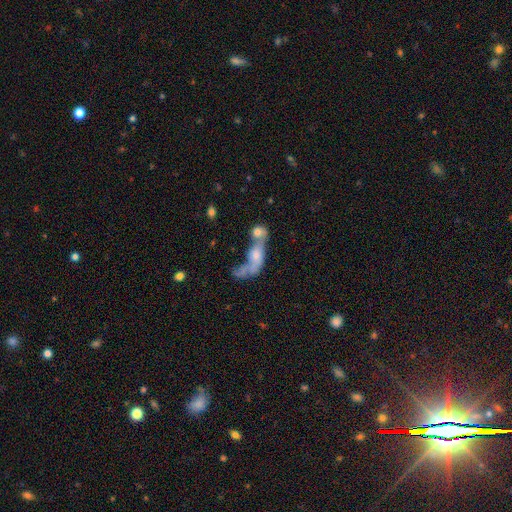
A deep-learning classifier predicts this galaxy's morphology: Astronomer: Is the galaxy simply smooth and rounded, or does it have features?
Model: featured or disk — 45% (runner-up: smooth, 42%).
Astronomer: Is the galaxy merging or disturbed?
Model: merger — 62%.